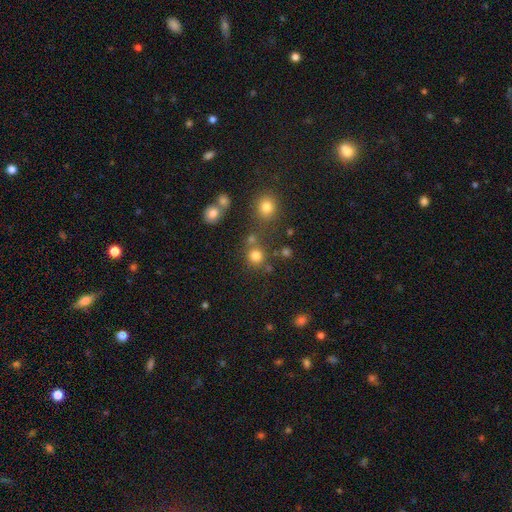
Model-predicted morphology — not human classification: type=smooth (78%); roundness=round (90%); merging=none (71%).